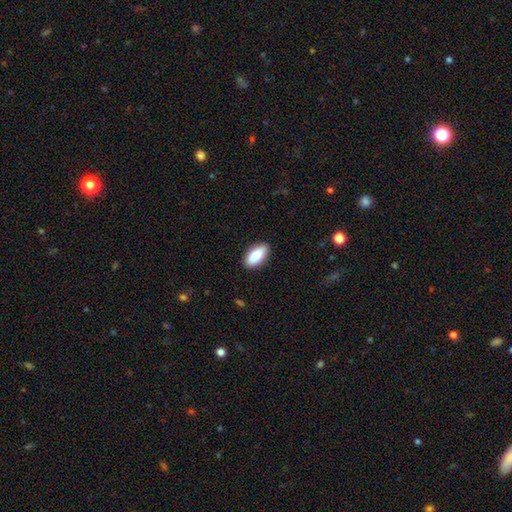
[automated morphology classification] Smooth or featured? smooth (86%)
How rounded? in between (87%)
Merging? none (89%)